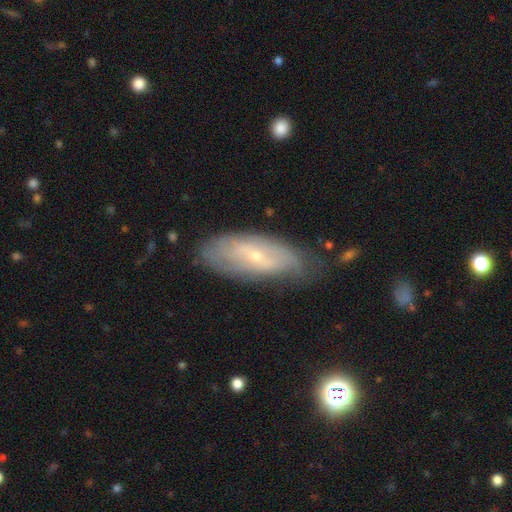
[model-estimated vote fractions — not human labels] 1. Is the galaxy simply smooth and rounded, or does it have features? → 66% featured or disk, 27% smooth, 7% star or artifact.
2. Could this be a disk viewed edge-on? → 84% no, 16% yes.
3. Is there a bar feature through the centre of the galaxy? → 45% no, 39% weak, 16% strong.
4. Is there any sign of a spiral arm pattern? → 67% yes, 33% no.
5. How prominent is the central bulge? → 74% small, 22% moderate, 1% none, 1% large, 1% dominant.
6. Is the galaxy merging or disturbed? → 68% none, 23% minor disturbance, 7% major disturbance, 2% merger.